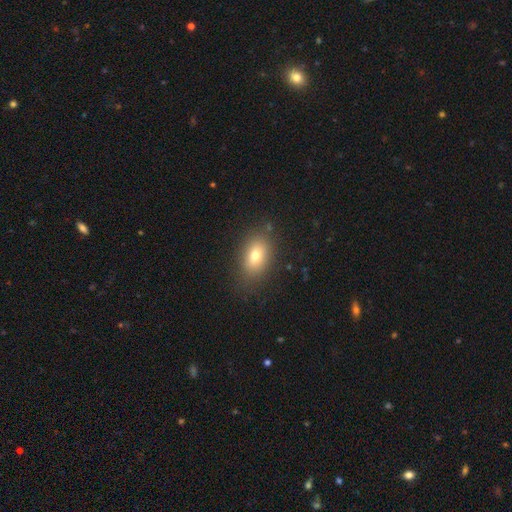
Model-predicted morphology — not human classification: The model was most divided on "smooth or featured": smooth: 74%, featured or disk: 14%, star or artifact: 12%. More confident: merging — none (82%); how rounded — in between (79%).